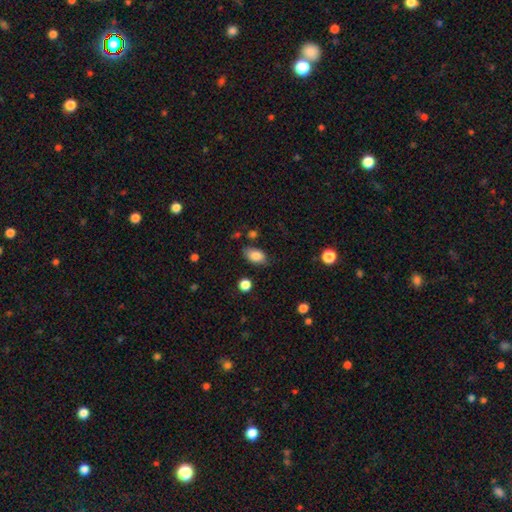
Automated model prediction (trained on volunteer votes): Morphology: type=smooth (86%); roundness=in between (90%); merging=none (76%).